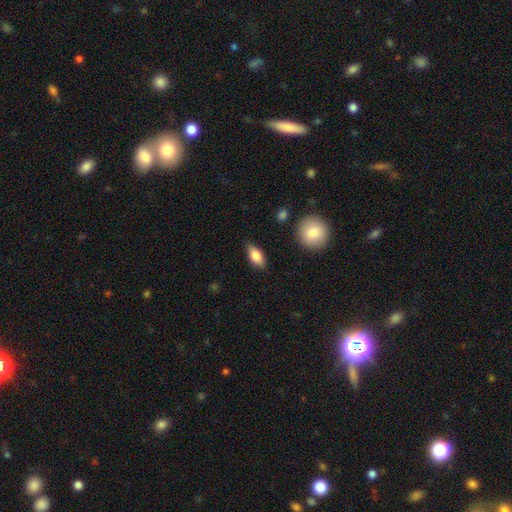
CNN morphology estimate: A smooth galaxy with no disk features (80%) that is in between round and cigar-shaped (86%).

Vote fractions:
- Smooth or featured? smooth: 80% / featured or disk: 14% / star or artifact: 7%
- How rounded? in between: 86% / cigar-shaped: 10% / round: 4%
- Merging? none: 81% / minor disturbance: 14% / major disturbance: 3% / merger: 2%